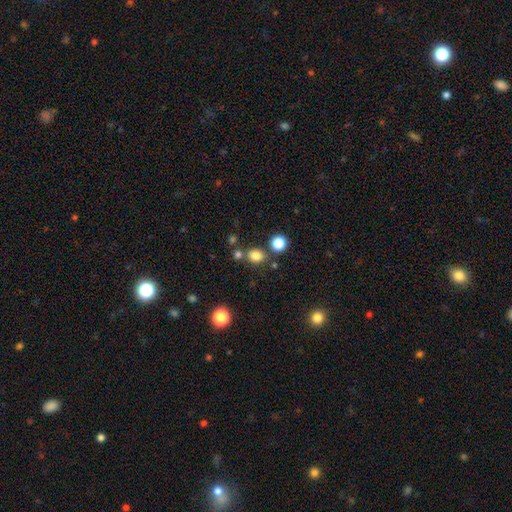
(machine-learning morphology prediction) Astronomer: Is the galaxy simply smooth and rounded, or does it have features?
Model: smooth — 80%.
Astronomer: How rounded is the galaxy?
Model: round — 64%.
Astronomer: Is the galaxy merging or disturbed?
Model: none — 72%.